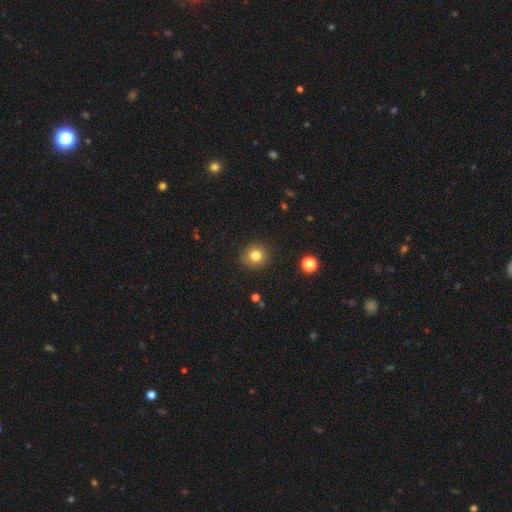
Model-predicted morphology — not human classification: smooth-or-featured: smooth: 80% | star or artifact: 12% | featured or disk: 7%
  how-rounded: round: 89% | in between: 10% | cigar-shaped: 1%
  merging: none: 89% | minor disturbance: 8% | major disturbance: 2% | merger: 1%